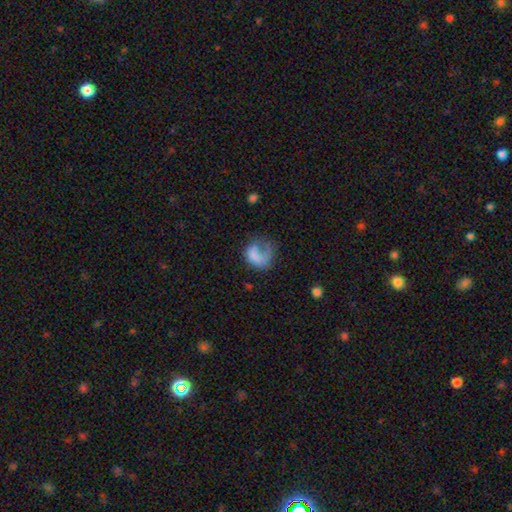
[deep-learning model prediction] smooth-or-featured: smooth: 58% | featured or disk: 34% | star or artifact: 9%
  how-rounded: in between: 53% | round: 46% | cigar-shaped: 1%
  merging: major disturbance: 49% | none: 28% | minor disturbance: 19% | merger: 4%